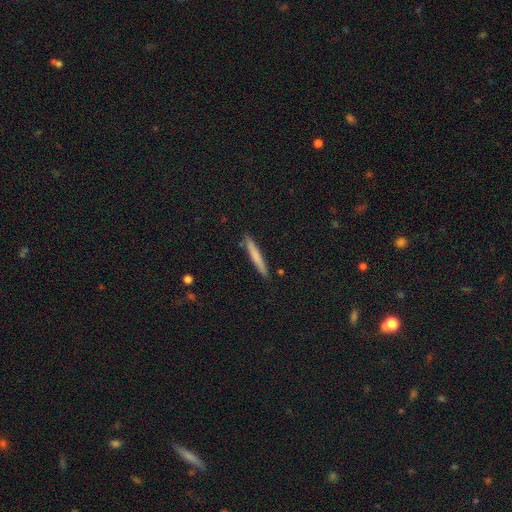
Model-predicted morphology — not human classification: smooth 70%, featured or disk 23%, star or artifact 6%. Down the decision tree: how rounded — cigar-shaped (96%); merging — none (90%).